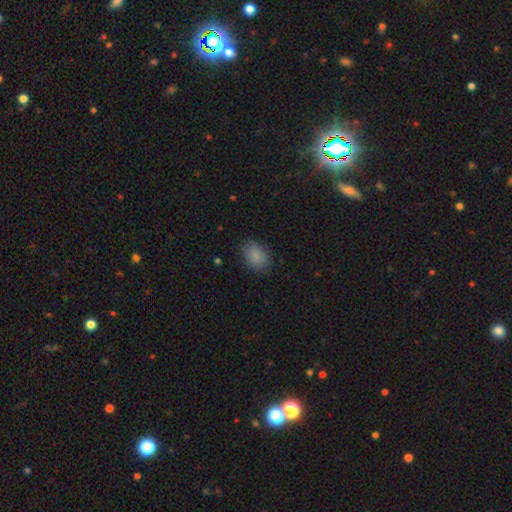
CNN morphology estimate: A smooth galaxy with no disk features (87%) that is in between round and cigar-shaped (73%). Merging: none (82%).